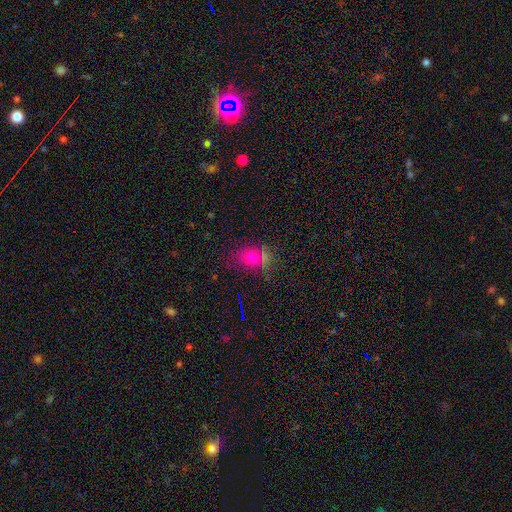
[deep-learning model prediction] smooth-or-featured: smooth: 66% | star or artifact: 24% | featured or disk: 10%
  how-rounded: in between: 52% | round: 46% | cigar-shaped: 2%
  merging: none: 71% | minor disturbance: 15% | merger: 9% | major disturbance: 6%